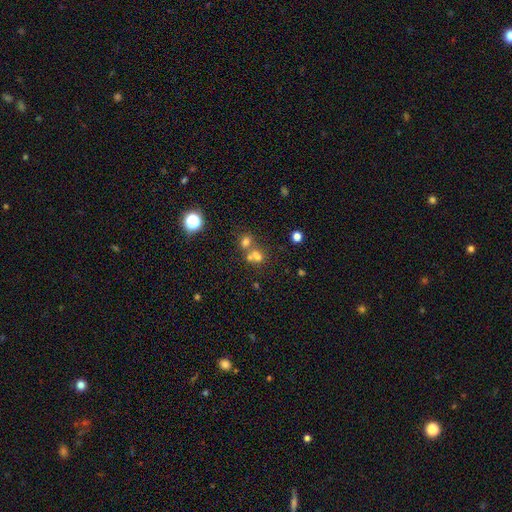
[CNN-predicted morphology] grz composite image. It shows a smooth galaxy with no disk features (57%) that is round (73%). Merging: merger (49%).